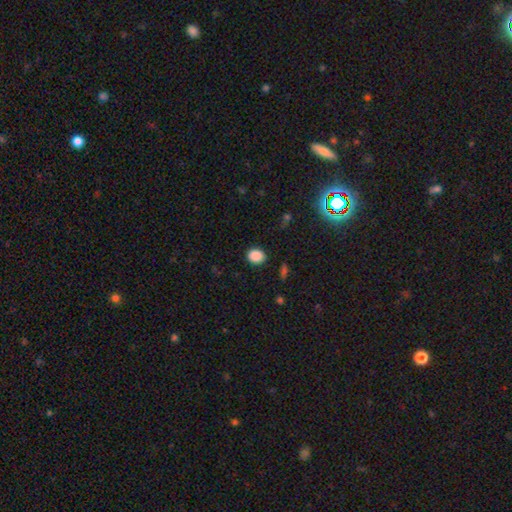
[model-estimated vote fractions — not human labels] smooth 87%, star or artifact 10%, featured or disk 3%. Down the decision tree: how rounded — round (50%); merging — none (87%).